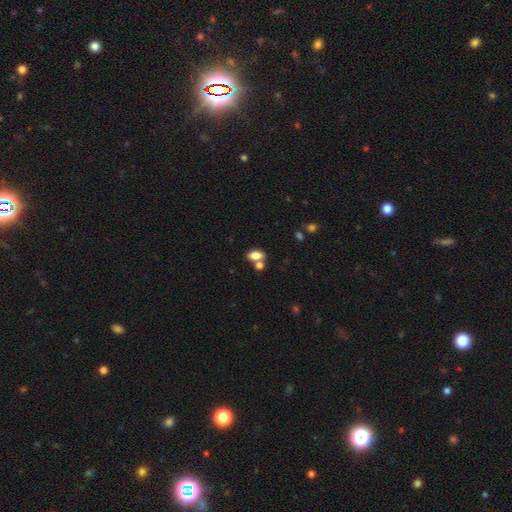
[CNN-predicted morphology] A smooth galaxy with no disk features (82%) that is in between round and cigar-shaped (89%).

Vote fractions:
- Smooth or featured? smooth: 82% / featured or disk: 9% / star or artifact: 9%
- How rounded? in between: 89% / round: 7% / cigar-shaped: 4%
- Merging? none: 51% / merger: 34% / minor disturbance: 11% / major disturbance: 4%